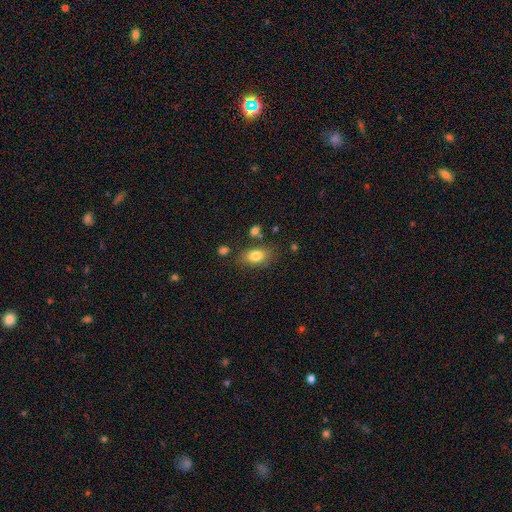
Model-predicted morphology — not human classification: A smooth galaxy with no disk features (81%) that is in between round and cigar-shaped (86%). Merging: none (75%).